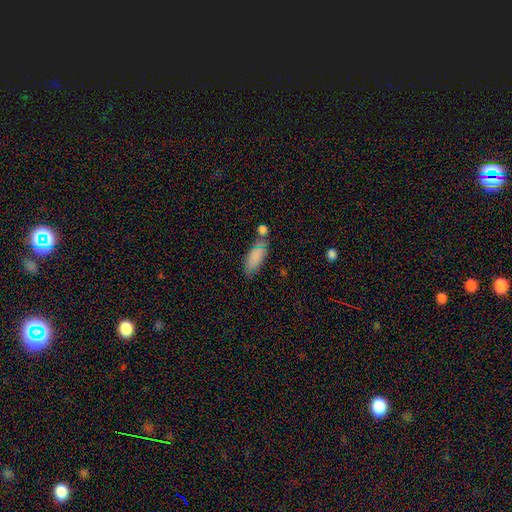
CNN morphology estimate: smooth 82%, featured or disk 9%, star or artifact 9%. Down the decision tree: how rounded — in between (81%); merging — none (55%).